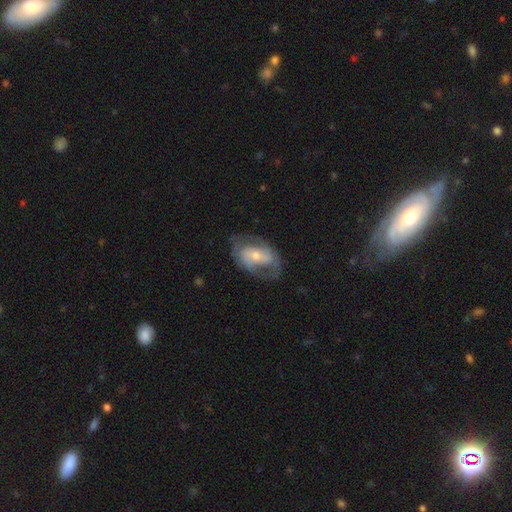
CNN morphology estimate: Overall: featured or disk (68%). Edge-on disk: no (95%). Bar: no (47%; weak 35%). Spiral arms: yes (76%). Bulge size: small (47%; moderate 45%). Merging: none (63%).